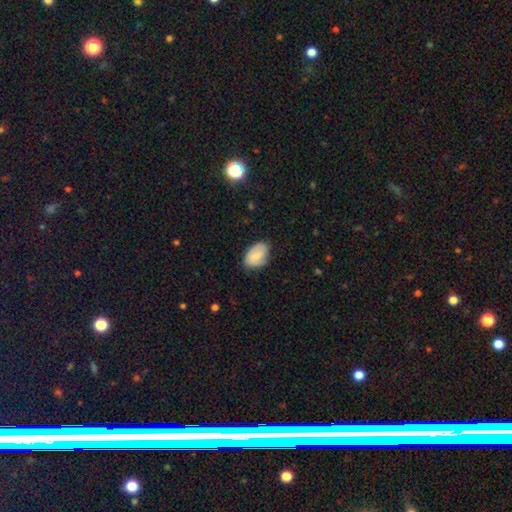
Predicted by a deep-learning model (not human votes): Smooth or featured? Predicted: smooth (p=0.75). How rounded? Predicted: in between (p=0.89). Merging? Predicted: none (p=0.71).